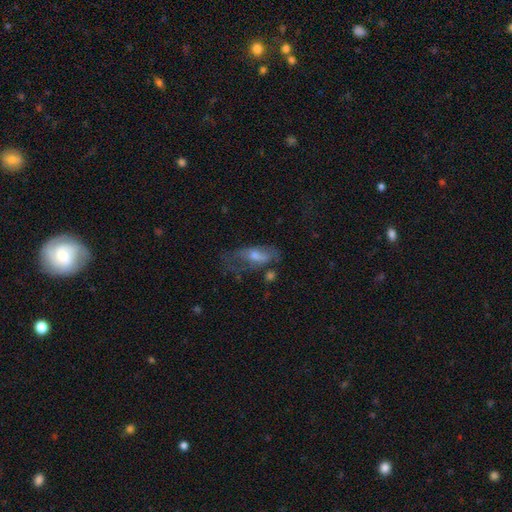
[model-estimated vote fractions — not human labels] featured or disk 46%, smooth 43%, star or artifact 11%. Down the decision tree: merging — none (37%).